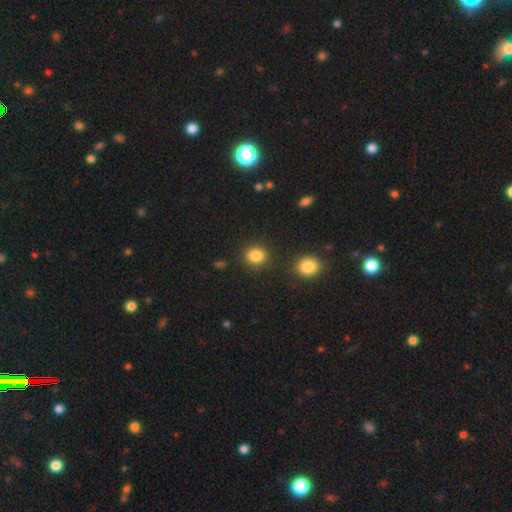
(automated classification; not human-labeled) smooth-or-featured: smooth: 85% | star or artifact: 11% | featured or disk: 4%
  how-rounded: round: 83% | in between: 16% | cigar-shaped: 1%
  merging: none: 86% | minor disturbance: 7% | merger: 4% | major disturbance: 3%